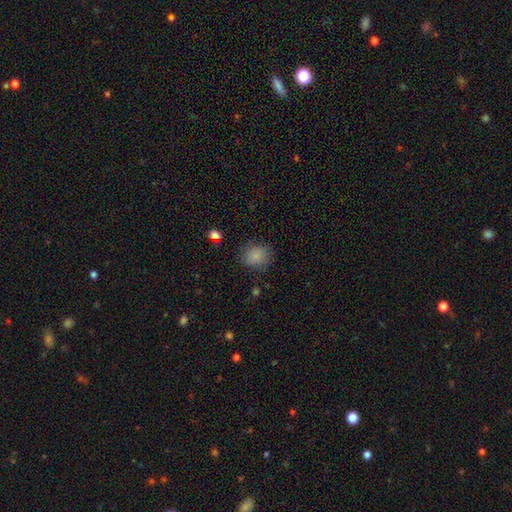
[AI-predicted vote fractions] This appears to be a smooth galaxy with no disk features (84%) that is round (72%). Merging: none (82%).